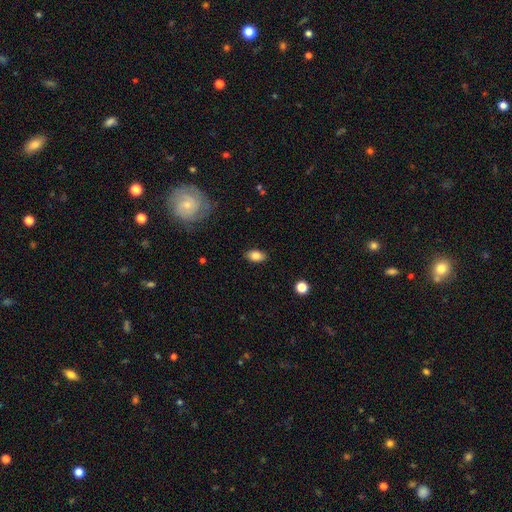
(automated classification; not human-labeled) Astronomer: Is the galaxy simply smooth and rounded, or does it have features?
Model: smooth — 85%.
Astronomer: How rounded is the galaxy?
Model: in between — 88%.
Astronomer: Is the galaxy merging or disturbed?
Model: none — 86%.